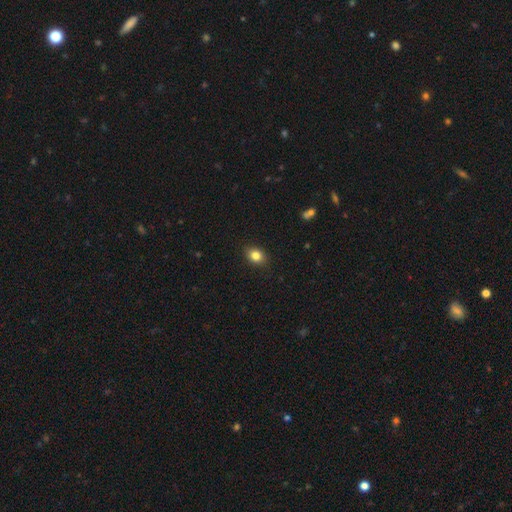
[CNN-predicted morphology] A smooth galaxy with no disk features (83%) that is in between round and cigar-shaped (55%).

Vote fractions:
- Smooth or featured? smooth: 83% / star or artifact: 10% / featured or disk: 7%
- How rounded? in between: 55% / round: 43% / cigar-shaped: 1%
- Merging? none: 89% / minor disturbance: 8% / major disturbance: 2% / merger: 1%